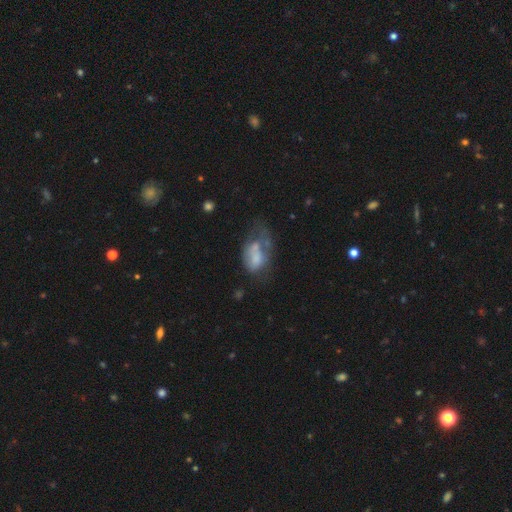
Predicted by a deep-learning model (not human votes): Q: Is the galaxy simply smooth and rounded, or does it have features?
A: smooth — 51%.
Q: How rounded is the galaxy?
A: in between — 87%.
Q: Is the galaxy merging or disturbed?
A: major disturbance — 35%.